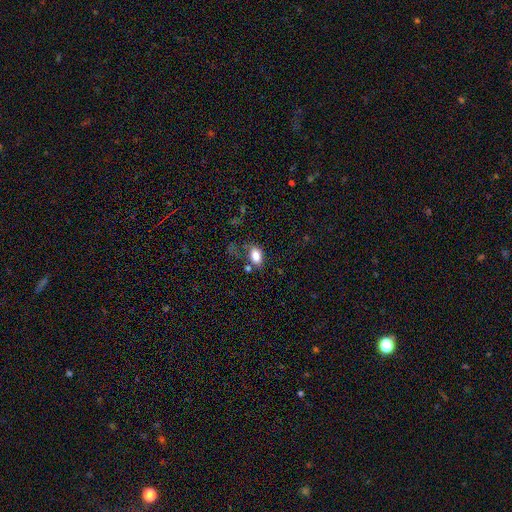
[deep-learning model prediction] A smooth galaxy with no disk features (83%) that is in between round and cigar-shaped (87%). Merging: none (54%).